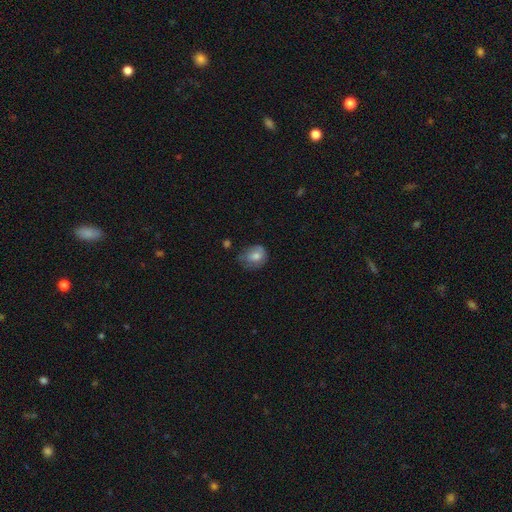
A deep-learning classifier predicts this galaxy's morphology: This is likely a smooth galaxy (68%). How rounded: possibly round (55%). Merging: possibly none (50%).